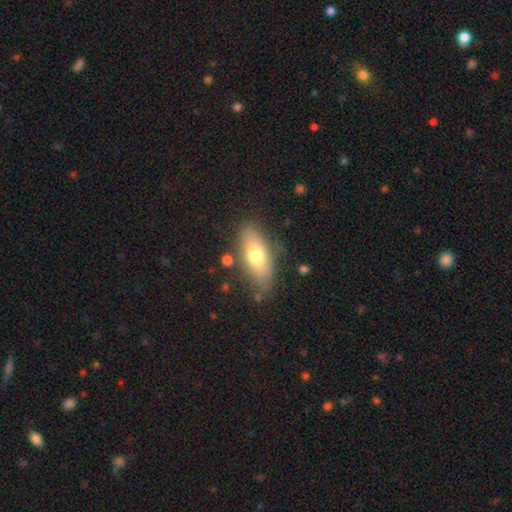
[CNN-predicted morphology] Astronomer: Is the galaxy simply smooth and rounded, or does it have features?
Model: smooth — 66%.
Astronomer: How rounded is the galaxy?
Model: in between — 76%.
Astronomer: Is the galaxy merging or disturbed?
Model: none — 76%.